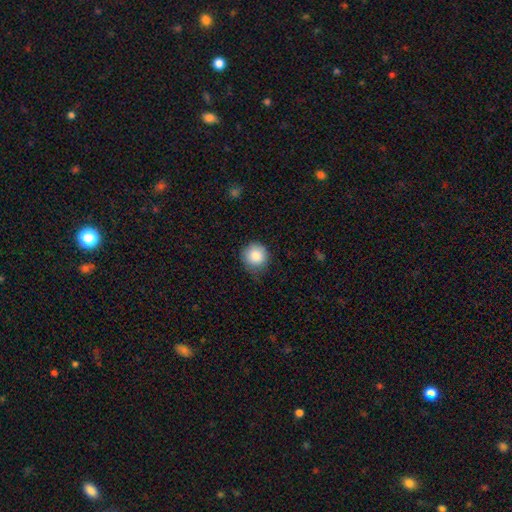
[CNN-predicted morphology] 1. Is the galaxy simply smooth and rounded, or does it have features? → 87% smooth, 9% star or artifact, 5% featured or disk.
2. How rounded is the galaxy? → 92% round, 7% in between, 1% cigar-shaped.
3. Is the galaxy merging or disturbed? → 73% none, 22% minor disturbance, 4% major disturbance, 1% merger.